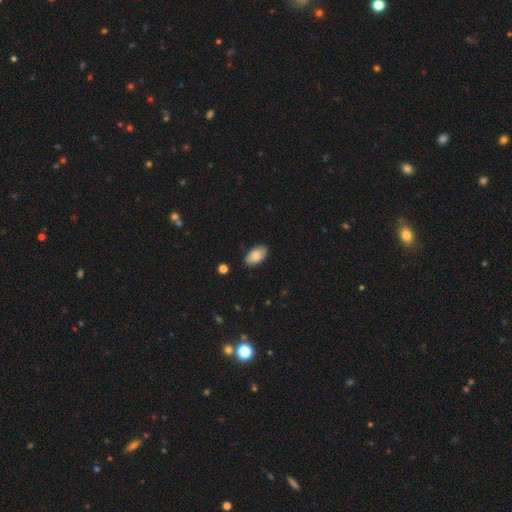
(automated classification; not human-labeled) Smooth or featured? Predicted: smooth (p=0.82). How rounded? Predicted: in between (p=0.95). Merging? Predicted: none (p=0.87).